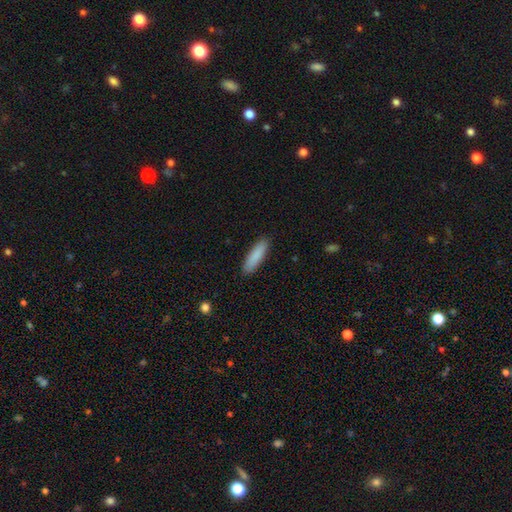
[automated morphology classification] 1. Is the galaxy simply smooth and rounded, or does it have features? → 87% smooth, 7% featured or disk, 6% star or artifact.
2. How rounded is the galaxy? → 70% cigar-shaped, 28% in between, 1% round.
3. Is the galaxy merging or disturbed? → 90% none, 8% minor disturbance, 2% major disturbance, 1% merger.